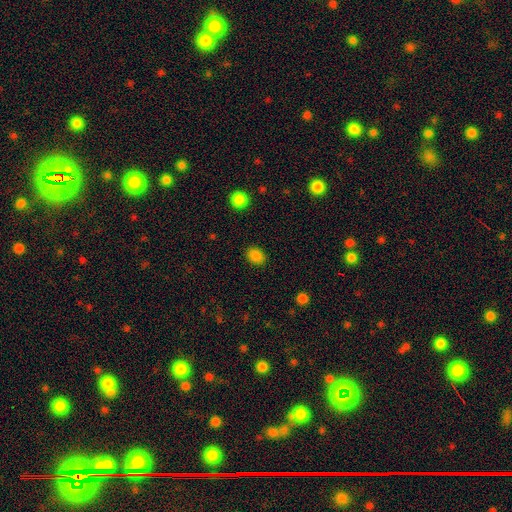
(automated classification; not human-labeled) The model was most divided on "how rounded": in between: 58%, round: 41%, cigar-shaped: 1%. More confident: merging — none (89%); smooth or featured — smooth (86%).